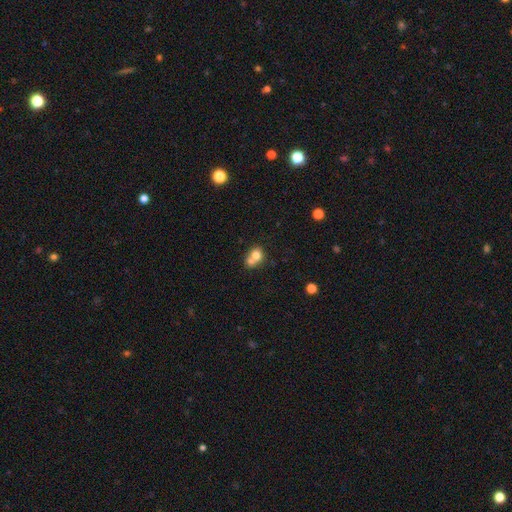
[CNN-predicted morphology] Smooth or featured? Predicted: smooth (p=0.74). How rounded? Predicted: round (p=0.67). Merging? Predicted: merger (p=0.62).